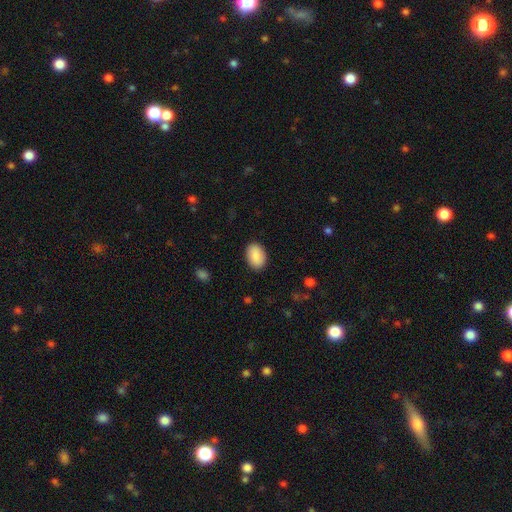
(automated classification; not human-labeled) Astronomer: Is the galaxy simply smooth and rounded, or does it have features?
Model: smooth — 90%.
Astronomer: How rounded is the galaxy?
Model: in between — 86%.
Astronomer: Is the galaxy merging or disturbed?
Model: none — 88%.